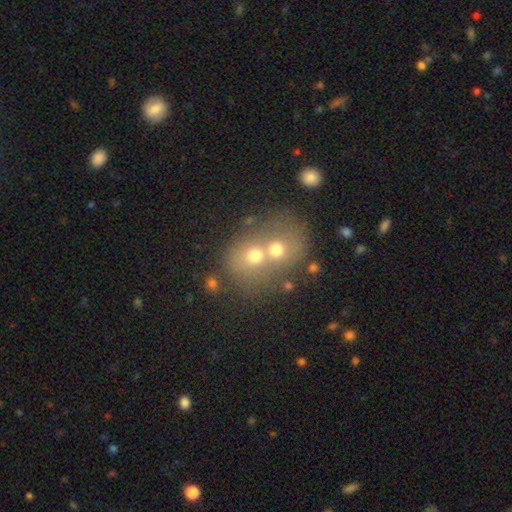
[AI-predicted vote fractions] This is possibly a smooth galaxy (59%). How rounded: likely round (69%). Merging: likely merger (70%).